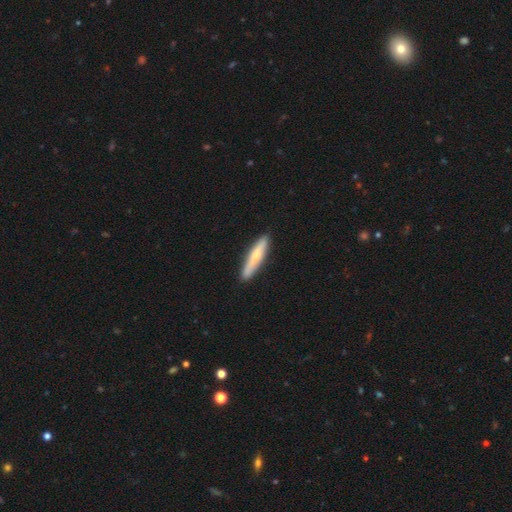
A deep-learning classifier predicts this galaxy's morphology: This is likely a smooth galaxy (63%). How rounded: clearly cigar-shaped (87%). Merging: clearly none (89%).